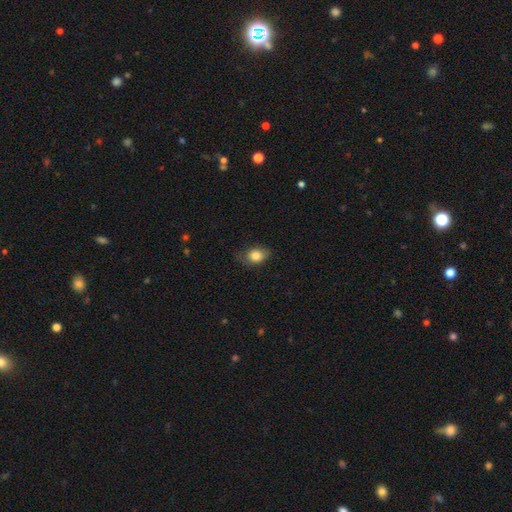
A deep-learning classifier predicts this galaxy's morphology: A smooth galaxy with no disk features (82%) that is in between round and cigar-shaped (65%). Merging: none (68%).